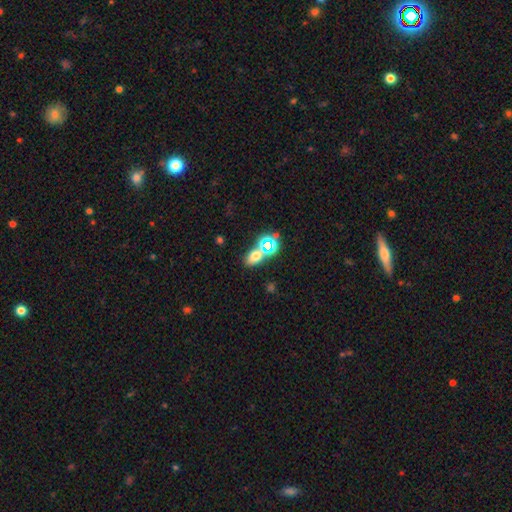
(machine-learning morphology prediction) Smooth or featured? Predicted: smooth (p=0.58). How rounded? Predicted: in between (p=0.76). Merging? Predicted: none (p=0.56).